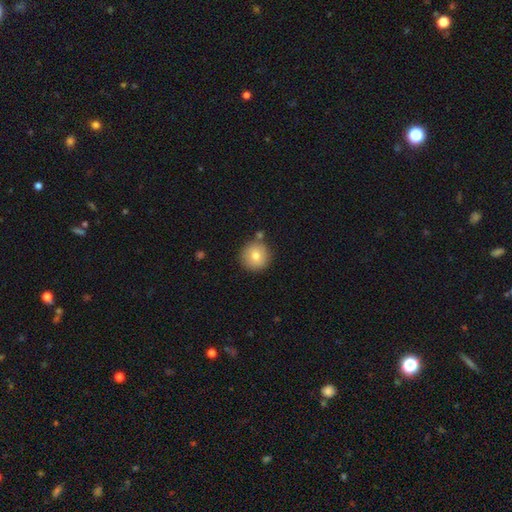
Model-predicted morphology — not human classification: smooth 79%, featured or disk 12%, star or artifact 9%. Down the decision tree: how rounded — round (95%); merging — none (82%).